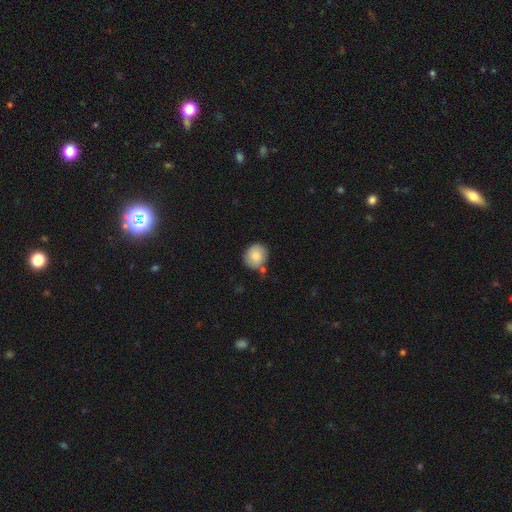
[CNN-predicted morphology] type=smooth (81%); roundness=round (80%); merging=none (74%).